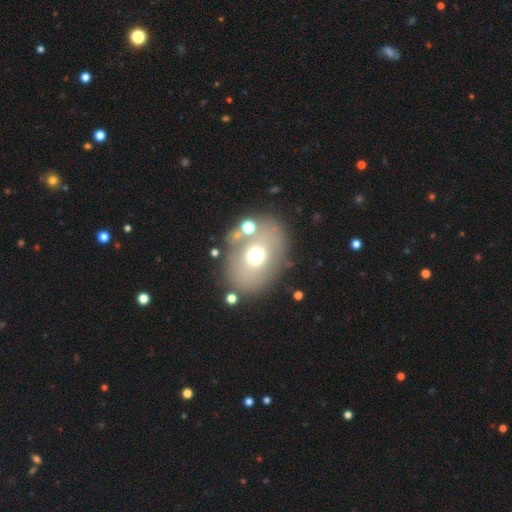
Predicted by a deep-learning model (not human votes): smooth 60%, featured or disk 28%, star or artifact 12%. Down the decision tree: how rounded — in between (66%); merging — none (75%).